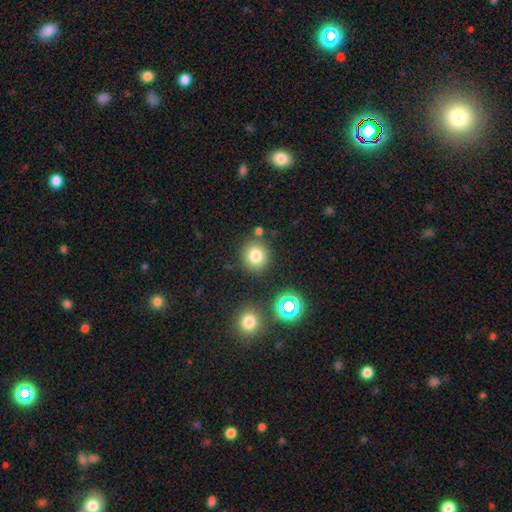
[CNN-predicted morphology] A smooth galaxy with no disk features (78%) that is round (89%). Merging: none (81%).